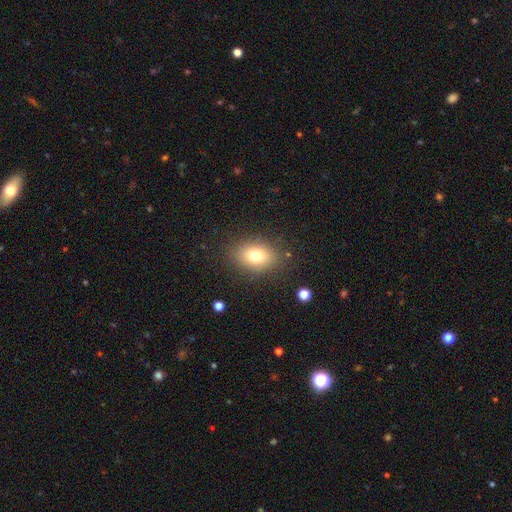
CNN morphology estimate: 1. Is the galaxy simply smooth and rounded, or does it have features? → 76% smooth, 12% featured or disk, 12% star or artifact.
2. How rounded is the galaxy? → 67% in between, 31% round, 1% cigar-shaped.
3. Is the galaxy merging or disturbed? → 83% none, 11% minor disturbance, 4% major disturbance, 2% merger.